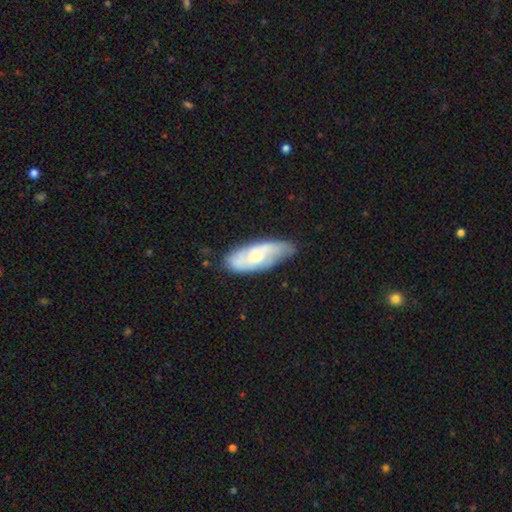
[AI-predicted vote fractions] Smooth or featured: featured or disk — 55% (smooth — 40%)
Edge-on disk: no — 86% (yes — 14%)
Merging: none — 61% (minor disturbance — 29%)